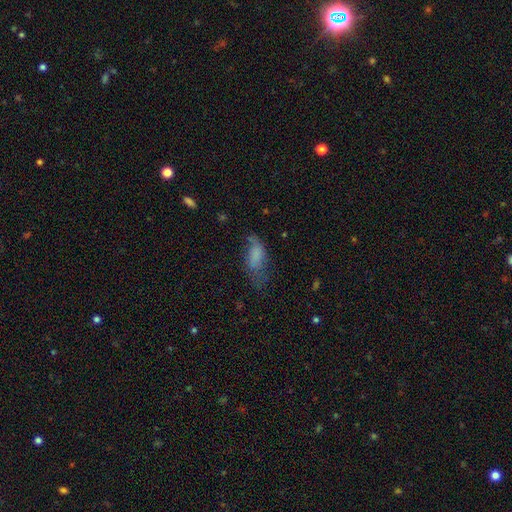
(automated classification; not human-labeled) This appears to be a smooth galaxy with no disk features (67%) that is in between round and cigar-shaped (81%). Merging: none (35%).